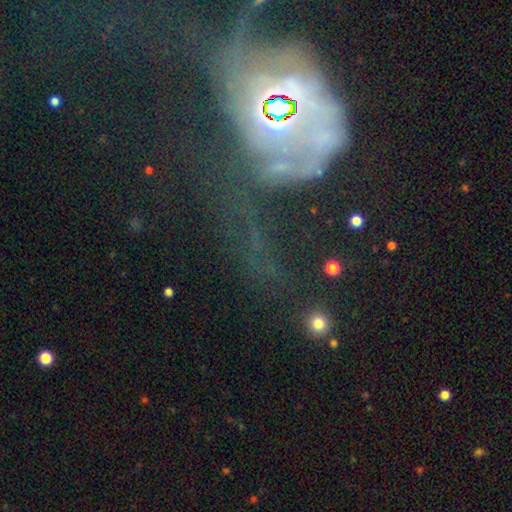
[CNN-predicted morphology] A featured or disk galaxy (51%).

Vote fractions:
- Smooth or featured? featured or disk: 51% / star or artifact: 31% / smooth: 18%
- Edge-on disk? no: 87% / yes: 13%
- Merging? major disturbance: 42% / none: 25% / merger: 20% / minor disturbance: 13%